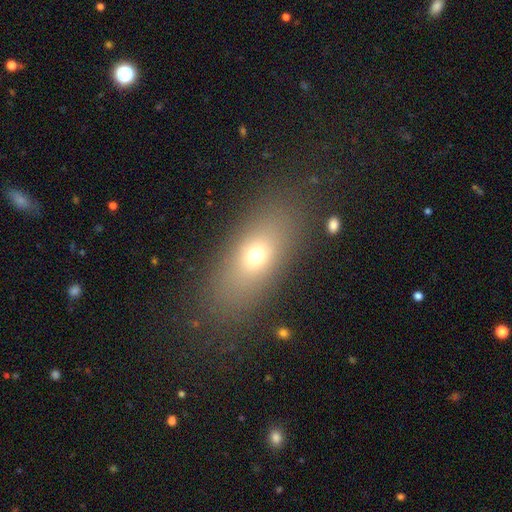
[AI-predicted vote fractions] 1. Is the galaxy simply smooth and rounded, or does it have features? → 67% smooth, 19% featured or disk, 14% star or artifact.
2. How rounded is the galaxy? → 76% in between, 14% cigar-shaped, 11% round.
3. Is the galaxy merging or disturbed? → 81% none, 10% minor disturbance, 7% major disturbance, 2% merger.